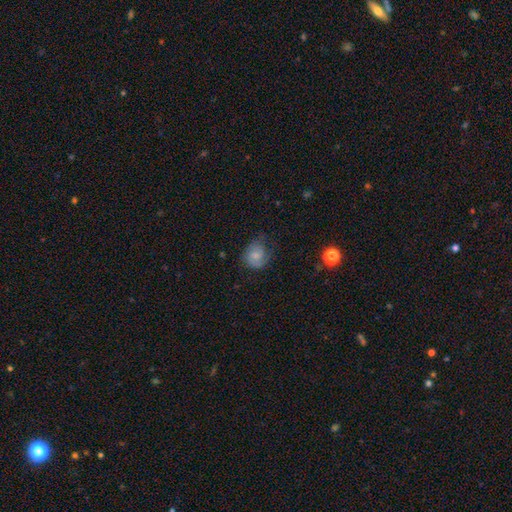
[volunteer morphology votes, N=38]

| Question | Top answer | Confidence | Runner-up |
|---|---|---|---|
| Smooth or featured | smooth | 50% | featured or disk (47%) |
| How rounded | round | 84% | in between (16%) |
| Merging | none | 38% | minor disturbance (35%) |